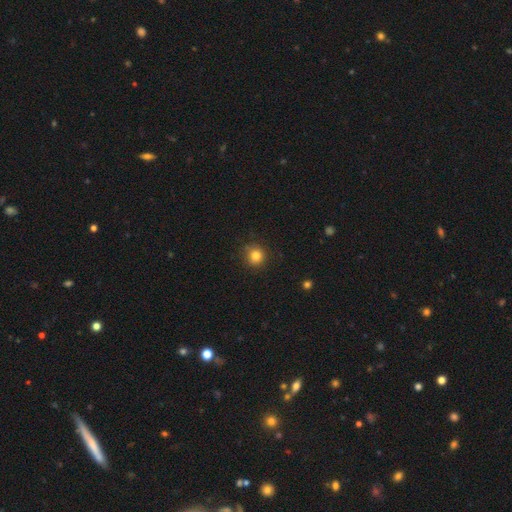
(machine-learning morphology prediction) A smooth galaxy with no disk features (83%) that is round (91%).

Vote fractions:
- Smooth or featured? smooth: 83% / star or artifact: 12% / featured or disk: 5%
- How rounded? round: 91% / in between: 8% / cigar-shaped: 1%
- Merging? none: 85% / minor disturbance: 11% / major disturbance: 3% / merger: 2%